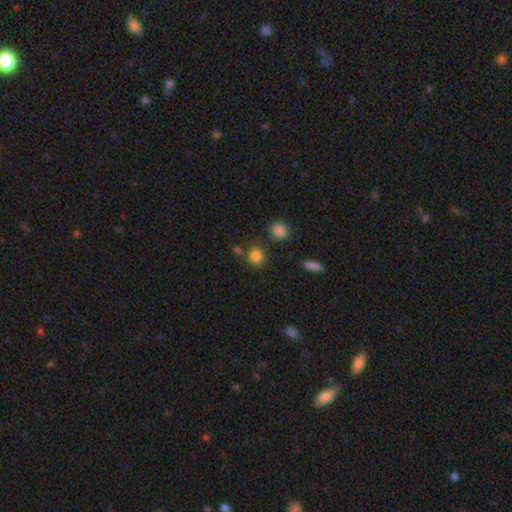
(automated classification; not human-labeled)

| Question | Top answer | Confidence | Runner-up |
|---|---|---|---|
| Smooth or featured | smooth | 83% | star or artifact (12%) |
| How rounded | round | 80% | in between (19%) |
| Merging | none | 71% | minor disturbance (12%) |